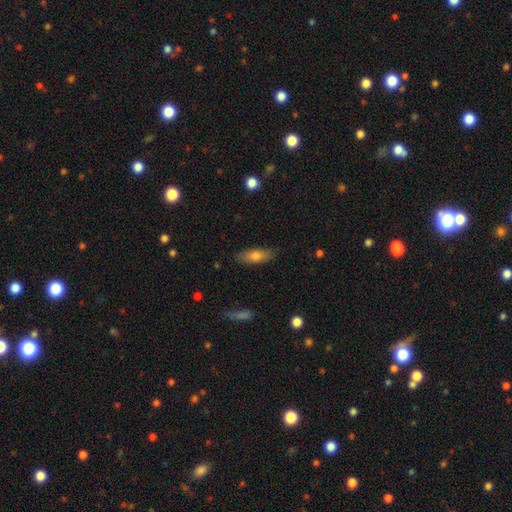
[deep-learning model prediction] Smooth or featured?
  - smooth: 74% *
  - featured or disk: 20%
  - star or artifact: 7%
How rounded?
  - in between: 67% *
  - cigar-shaped: 30%
  - round: 3%
Merging?
  - none: 84% *
  - minor disturbance: 12%
  - major disturbance: 2%
  - merger: 1%